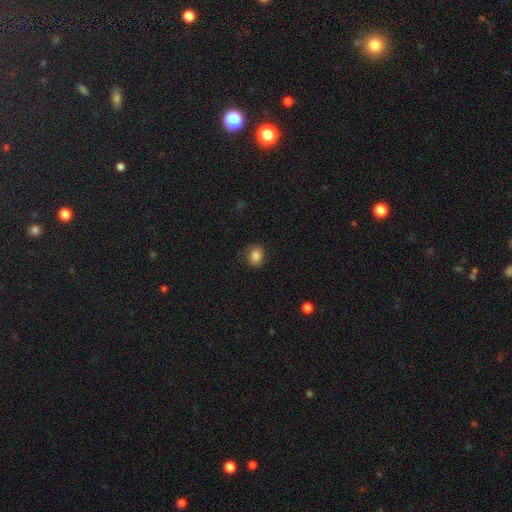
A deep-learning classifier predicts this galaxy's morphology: smooth_or_featured: smooth (p=0.84) [alt: star or artifact p=0.10]
how_rounded: round (p=0.62) [alt: in between p=0.37]
merging: none (p=0.78) [alt: minor disturbance p=0.17]